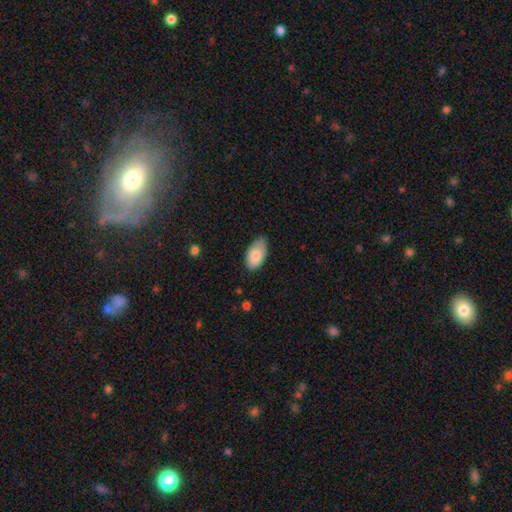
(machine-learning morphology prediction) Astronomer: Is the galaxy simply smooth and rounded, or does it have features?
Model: smooth — 82%.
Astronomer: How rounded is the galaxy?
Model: in between — 95%.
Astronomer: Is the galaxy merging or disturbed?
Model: none — 71%.